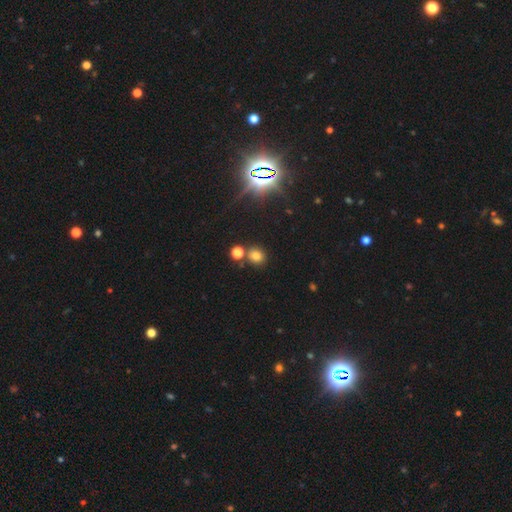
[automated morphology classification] Overall: smooth (72%). How rounded: round (75%). Merging: none (73%).